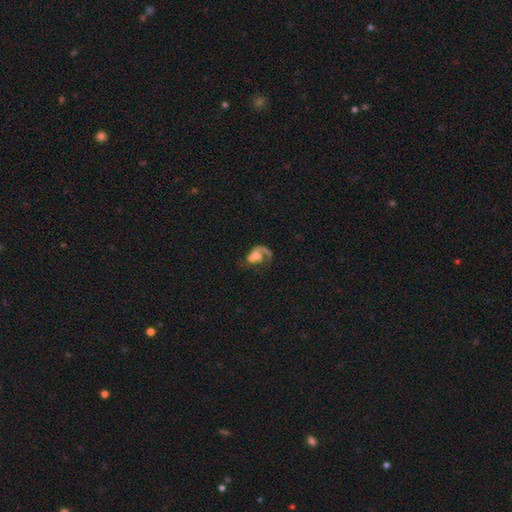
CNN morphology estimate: A featured or disk galaxy (69%) with no bar (59%), 1 (70%) loose (54%) spiral arms (80%) and a moderate central bulge (43%).

Vote fractions:
- Smooth or featured? featured or disk: 69% / smooth: 21% / star or artifact: 10%
- Edge-on disk? no: 97% / yes: 3%
- Bar? no: 59% / weak: 30% / strong: 12%
- Spiral arms? yes: 80% / no: 20%
- Spiral winding? loose: 54% / medium: 33% / tight: 13%
- Spiral arm count? 1: 70% / 2: 22% / can't tell: 4% / 3: 1% / 4: 1% / more than 4: 1%
- Bulge size? moderate: 43% / small: 27% / large: 15% / none: 11% / dominant: 3%
- Merging? major disturbance: 37% / none: 29% / merger: 21% / minor disturbance: 14%